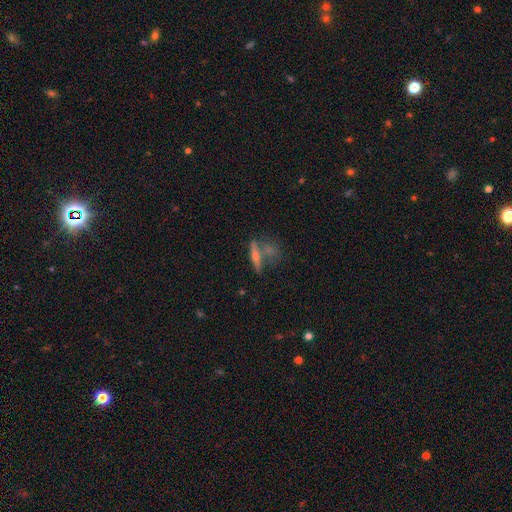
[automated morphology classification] Smooth or featured?
  - smooth: 48% *
  - featured or disk: 42%
  - star or artifact: 10%
Merging?
  - none: 54% *
  - merger: 26%
  - minor disturbance: 13%
  - major disturbance: 6%